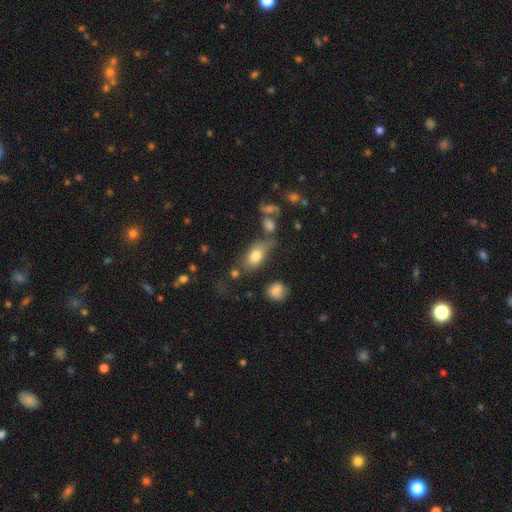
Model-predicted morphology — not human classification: The model was most divided on "merging": none: 57%, minor disturbance: 21%, merger: 13%, major disturbance: 9%. More confident: how rounded — in between (86%); smooth or featured — smooth (77%).